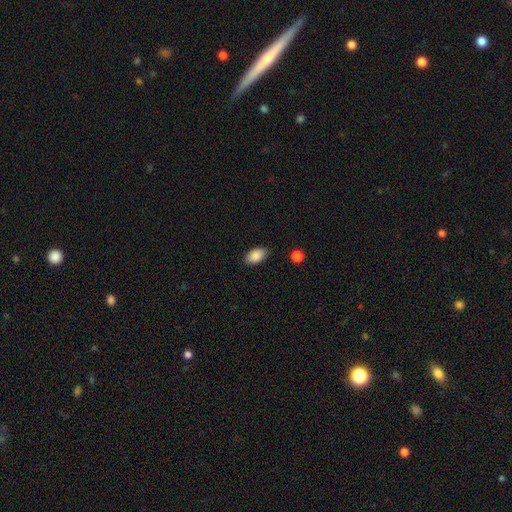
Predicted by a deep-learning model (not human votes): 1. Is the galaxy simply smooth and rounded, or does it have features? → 88% smooth, 7% star or artifact, 4% featured or disk.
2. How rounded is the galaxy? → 93% in between, 6% round, 2% cigar-shaped.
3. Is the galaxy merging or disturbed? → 86% none, 10% minor disturbance, 2% major disturbance, 1% merger.